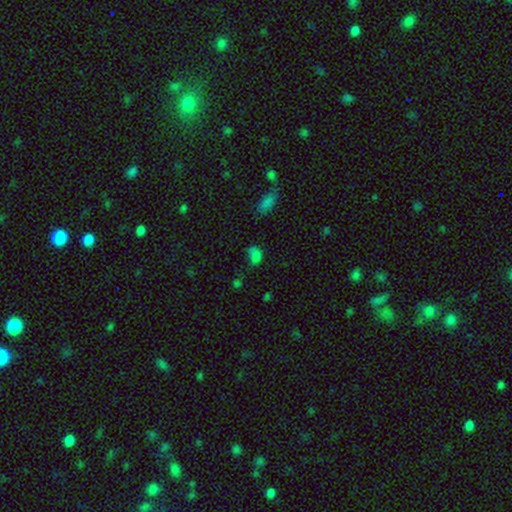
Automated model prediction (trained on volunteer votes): Smooth or featured? Predicted: smooth (p=0.73). How rounded? Predicted: in between (p=0.77). Merging? Predicted: none (p=0.42).